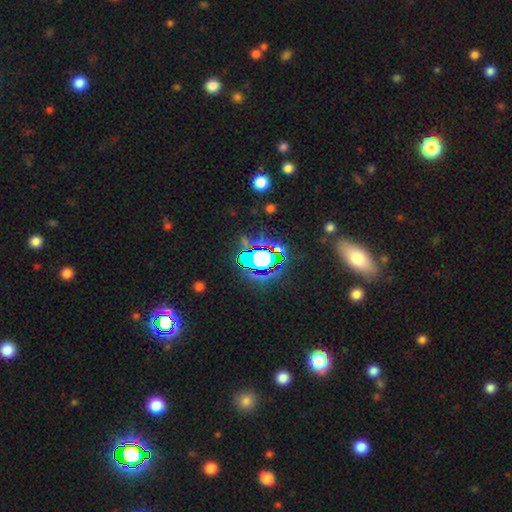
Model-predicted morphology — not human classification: A star or artifact, not a galaxy (68%).

Vote fractions:
- Smooth or featured? star or artifact: 68% / smooth: 20% / featured or disk: 12%